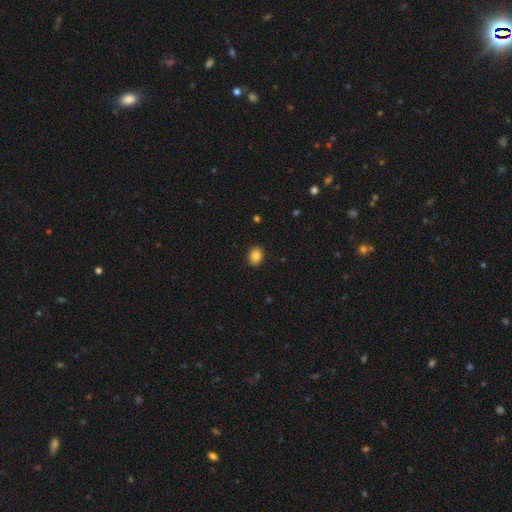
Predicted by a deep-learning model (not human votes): Q: Smooth or featured?
A: smooth (86%); runner-up: star or artifact (9%)
Q: How rounded?
A: round (50%); runner-up: in between (49%)
Q: Merging?
A: none (90%); runner-up: minor disturbance (7%)